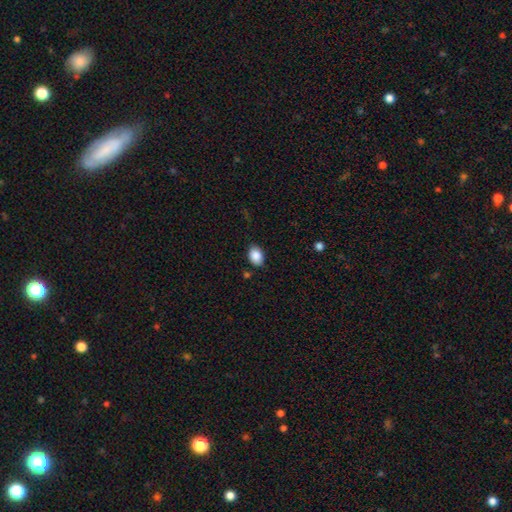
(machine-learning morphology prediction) A smooth galaxy with no disk features (88%) that is in between round and cigar-shaped (81%). Merging: none (84%).